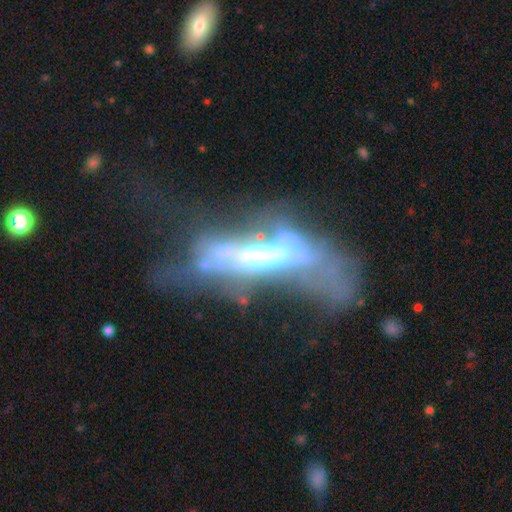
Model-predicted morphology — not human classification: A featured or disk galaxy (69%).

Vote fractions:
- Smooth or featured? featured or disk: 69% / smooth: 19% / star or artifact: 12%
- Edge-on disk? no: 68% / yes: 32%
- Merging? major disturbance: 43% / merger: 25% / none: 18% / minor disturbance: 13%